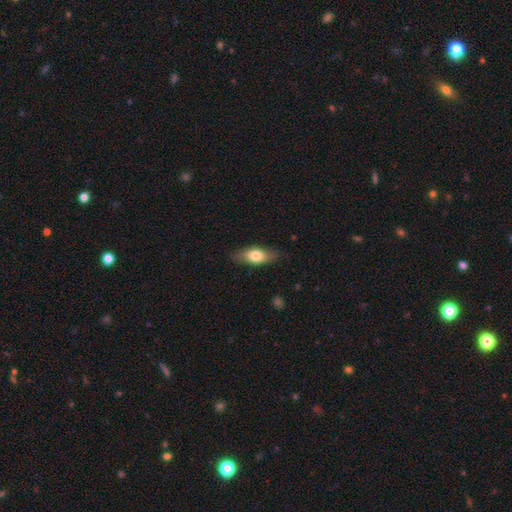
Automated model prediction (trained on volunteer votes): A smooth galaxy with no disk features (70%) that is in between round and cigar-shaped (76%). Merging: none (82%).